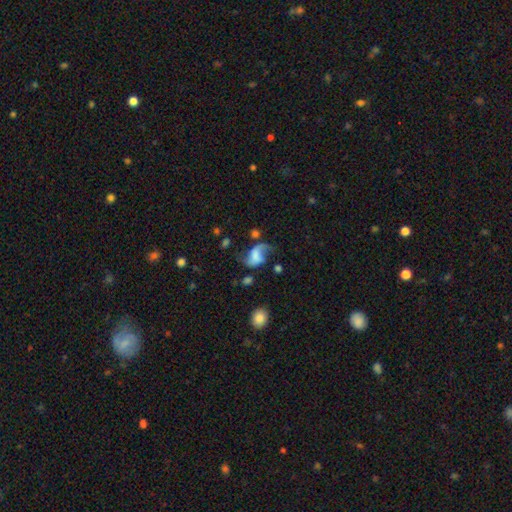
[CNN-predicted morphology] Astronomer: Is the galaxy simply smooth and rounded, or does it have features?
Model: featured or disk — 59%.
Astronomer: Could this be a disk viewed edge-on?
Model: no — 97%.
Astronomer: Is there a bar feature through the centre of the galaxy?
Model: no — 44% (runner-up: weak, 39%).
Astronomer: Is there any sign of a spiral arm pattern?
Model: yes — 86%.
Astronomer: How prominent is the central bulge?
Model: none — 47%.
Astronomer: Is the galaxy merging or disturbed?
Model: none — 38% (runner-up: major disturbance, 31%).